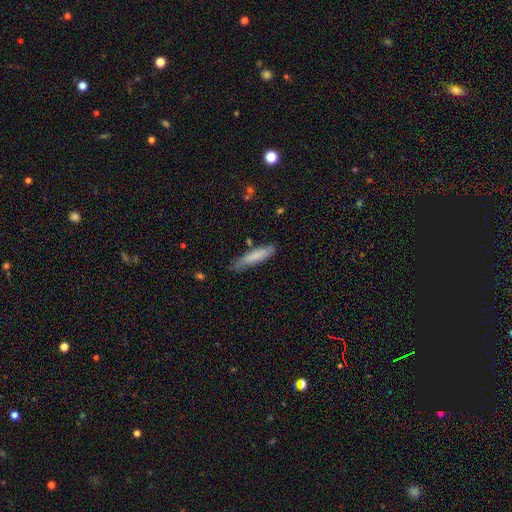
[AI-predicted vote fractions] Smooth or featured? Predicted: smooth (p=0.76). How rounded? Predicted: cigar-shaped (p=0.83). Merging? Predicted: none (p=0.68).